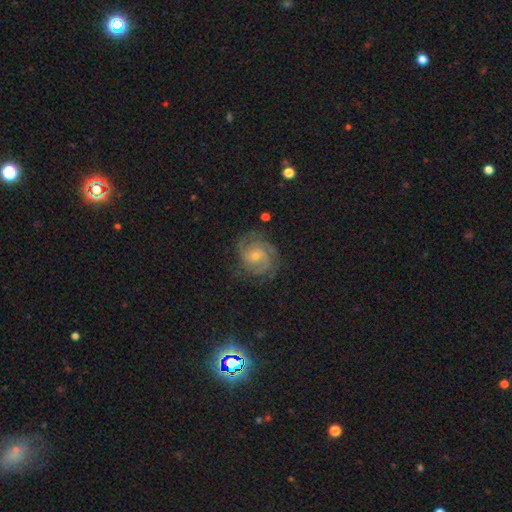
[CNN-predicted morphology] smooth_or_featured: featured or disk (p=0.83) [alt: star or artifact p=0.09]
disk_edge_on: no (p=0.98) [alt: yes p=0.02]
bar: no (p=0.66) [alt: weak p=0.28]
has_spiral_arms: yes (p=0.97) [alt: no p=0.03]
spiral_winding: tight (p=0.61) [alt: medium p=0.33]
spiral_arm_count: 3 (p=0.32) [alt: 2 p=0.30]
bulge_size: small (p=0.66) [alt: moderate p=0.29]
merging: none (p=0.78) [alt: minor disturbance p=0.15]